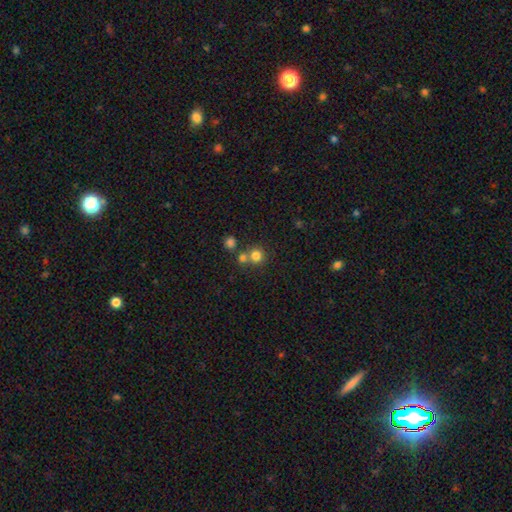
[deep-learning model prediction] smooth_or_featured: smooth (p=0.79) [alt: star or artifact p=0.14]
how_rounded: round (p=0.91) [alt: in between p=0.09]
merging: none (p=0.61) [alt: merger p=0.29]